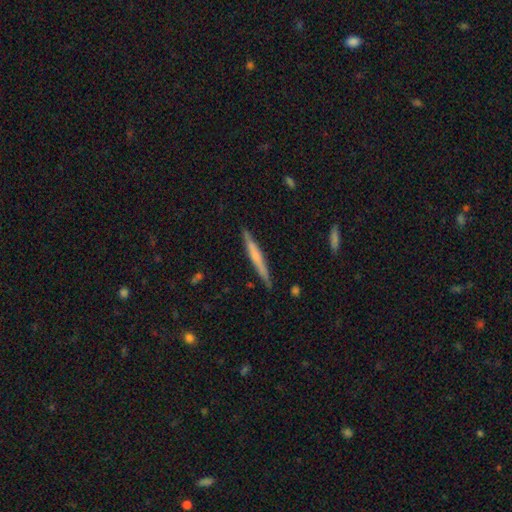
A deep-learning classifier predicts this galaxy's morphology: smooth-or-featured: featured or disk: 47% (tied) | smooth: 47% (tied) | star or artifact: 6%
  merging: none: 88% | minor disturbance: 9% | major disturbance: 2% | merger: 1%